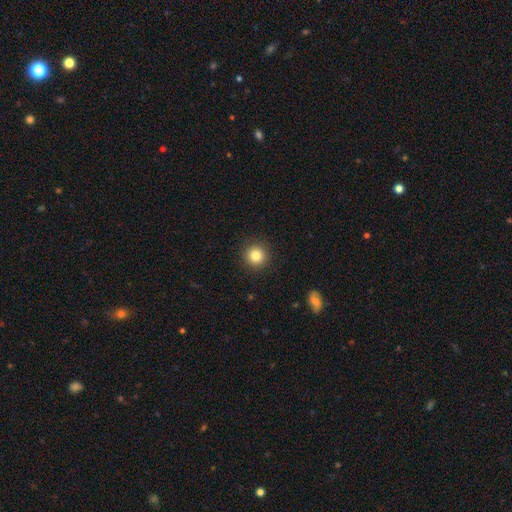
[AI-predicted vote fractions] Overall: smooth (83%). How rounded: round (94%). Merging: none (92%).